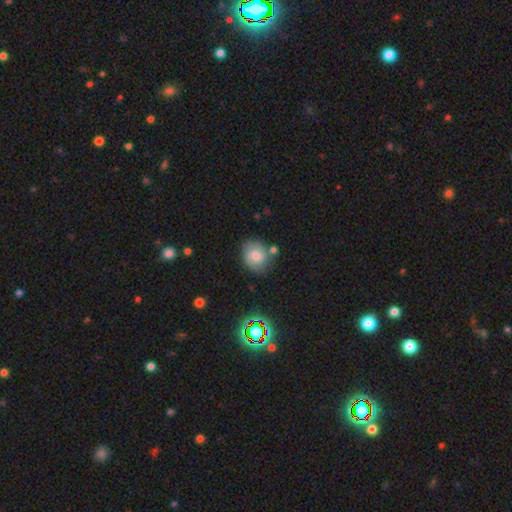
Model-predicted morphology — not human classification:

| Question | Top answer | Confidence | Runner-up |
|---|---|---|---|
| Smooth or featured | featured or disk | 50% | smooth (39%) |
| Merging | none | 70% | minor disturbance (17%) |